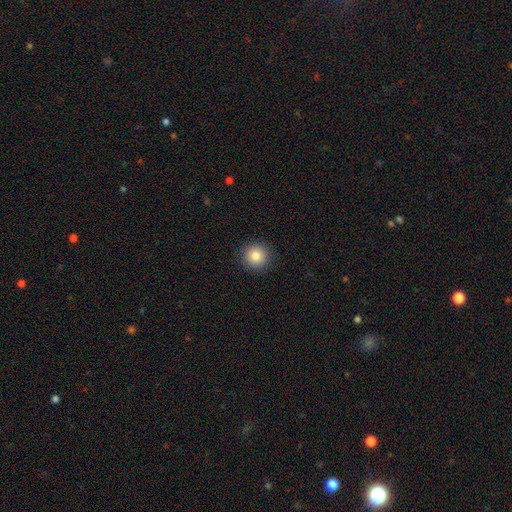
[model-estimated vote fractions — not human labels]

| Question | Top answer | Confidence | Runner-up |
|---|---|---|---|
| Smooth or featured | smooth | 83% | star or artifact (10%) |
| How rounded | round | 95% | in between (4%) |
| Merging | none | 91% | minor disturbance (6%) |